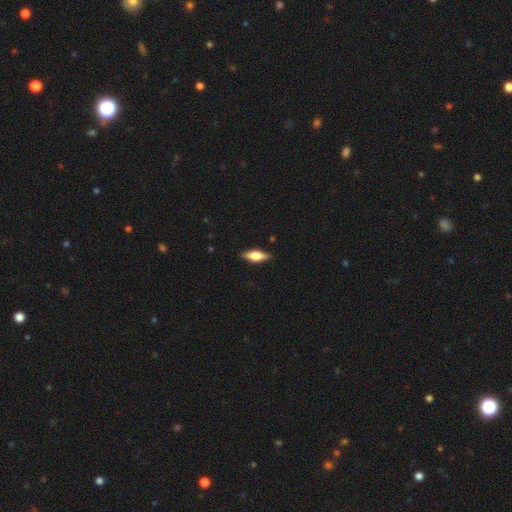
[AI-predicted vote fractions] smooth-or-featured: smooth: 50% | featured or disk: 43% | star or artifact: 7%
  merging: none: 86% | minor disturbance: 11% | major disturbance: 2% | merger: 1%